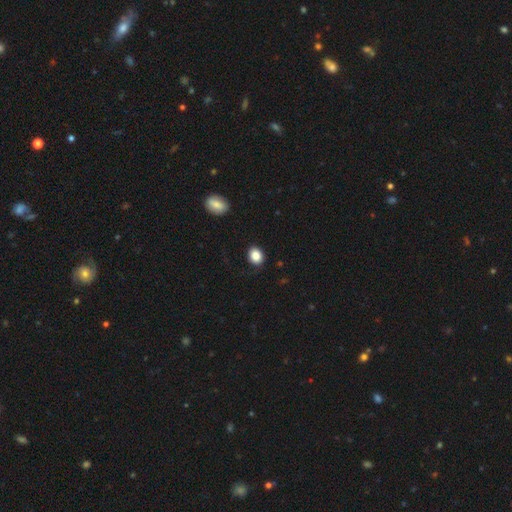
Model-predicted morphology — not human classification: smooth-or-featured: smooth: 87% | star or artifact: 9% | featured or disk: 4%
  how-rounded: round: 50% | in between: 49% | cigar-shaped: 1%
  merging: none: 84% | minor disturbance: 12% | major disturbance: 3% | merger: 1%